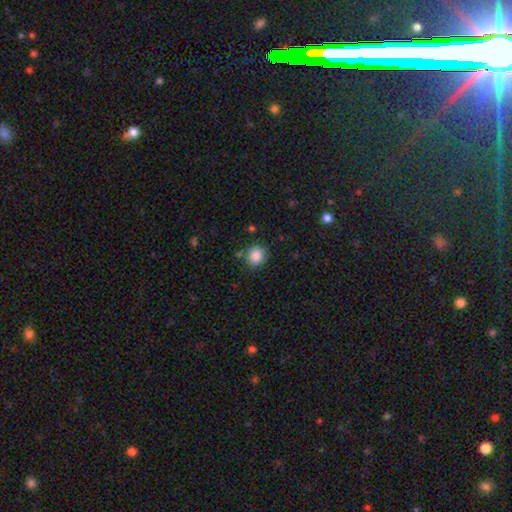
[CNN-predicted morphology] The model was most divided on "how rounded": round: 78%, in between: 21%, cigar-shaped: 1%. More confident: smooth or featured — smooth (86%); merging — none (80%).